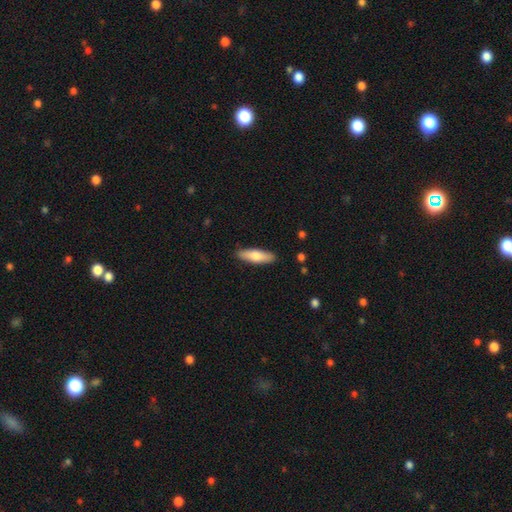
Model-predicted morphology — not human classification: The model was most divided on "how rounded": cigar-shaped: 56%, in between: 42%, round: 2%. More confident: merging — none (89%); smooth or featured — smooth (71%).